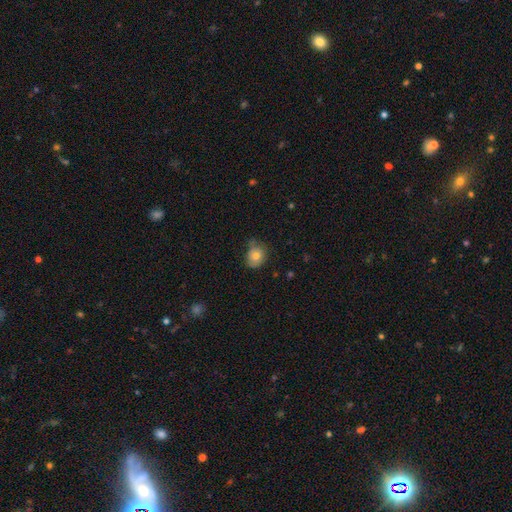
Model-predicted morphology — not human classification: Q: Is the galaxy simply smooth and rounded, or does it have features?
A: smooth — 76%.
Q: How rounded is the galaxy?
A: round — 59%.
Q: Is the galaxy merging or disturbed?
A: none — 61%.